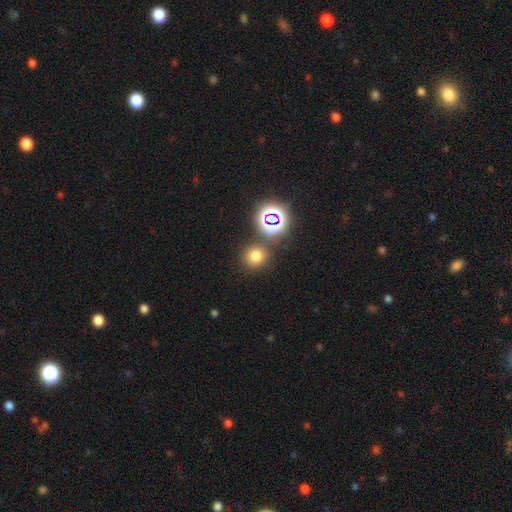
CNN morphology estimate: A smooth galaxy with no disk features (69%) that is round (89%). Merging: none (81%).